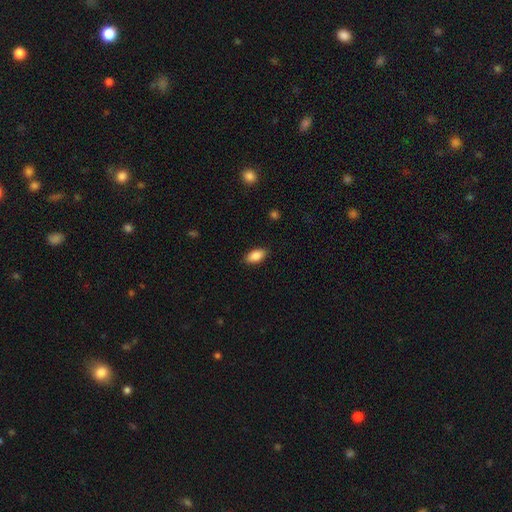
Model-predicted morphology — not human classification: A smooth galaxy with no disk features (86%) that is in between round and cigar-shaped (90%).

Vote fractions:
- Smooth or featured? smooth: 86% / star or artifact: 7% / featured or disk: 7%
- How rounded? in between: 90% / cigar-shaped: 6% / round: 3%
- Merging? none: 87% / minor disturbance: 10% / major disturbance: 2% / merger: 1%